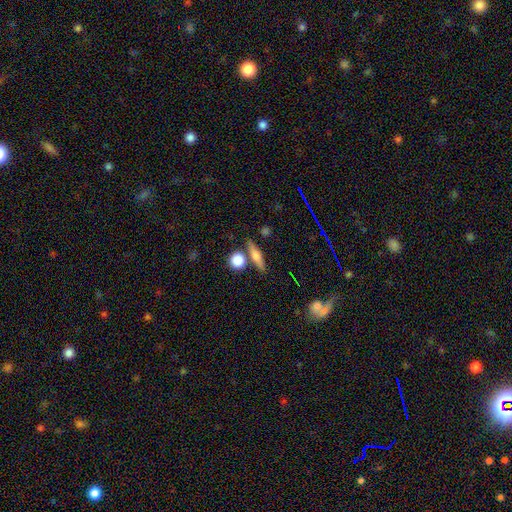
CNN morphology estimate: Smooth or featured? Predicted: smooth (p=0.58). How rounded? Predicted: cigar-shaped (p=0.50). Merging? Predicted: none (p=0.74).